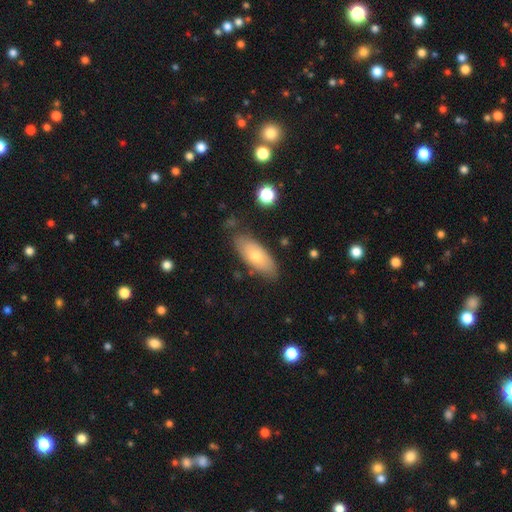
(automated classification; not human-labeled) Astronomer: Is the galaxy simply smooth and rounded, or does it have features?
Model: smooth — 69%.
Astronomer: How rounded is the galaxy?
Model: in between — 81%.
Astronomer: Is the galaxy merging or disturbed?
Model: none — 75%.